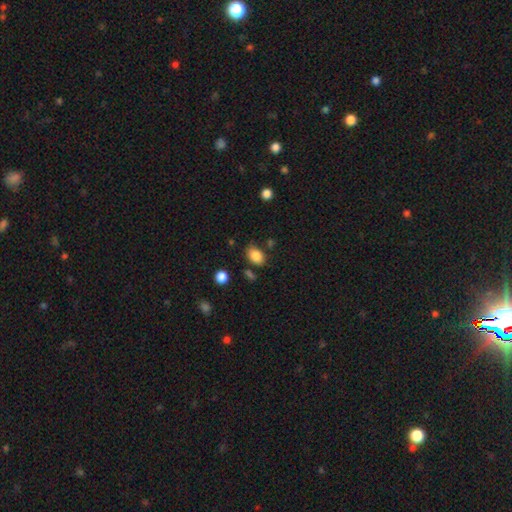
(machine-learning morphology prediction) smooth-or-featured: smooth: 85% | star or artifact: 9% | featured or disk: 6%
  how-rounded: in between: 81% | round: 18% | cigar-shaped: 1%
  merging: none: 75% | minor disturbance: 16% | merger: 5% | major disturbance: 4%